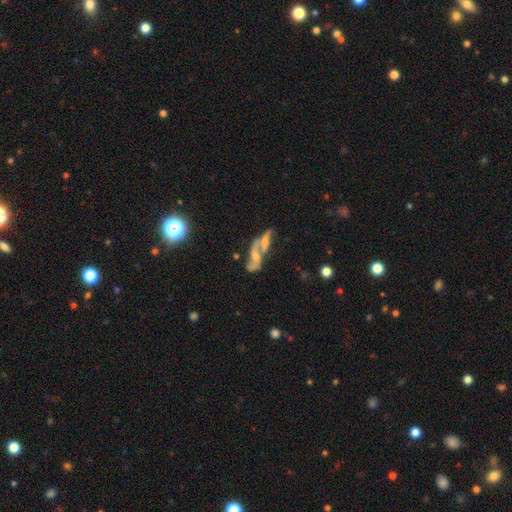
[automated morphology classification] A featured or disk galaxy (67%) with no bar (54%), spiral arms (75%) and a small central bulge (43%). Merging: merger (49%).